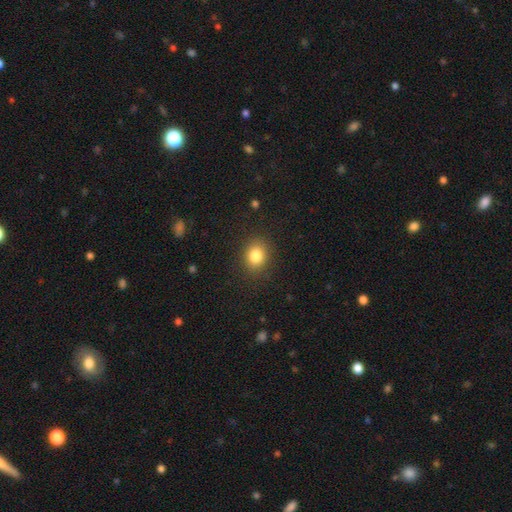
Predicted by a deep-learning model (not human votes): smooth-or-featured: smooth: 84% | star or artifact: 10% | featured or disk: 6%
  how-rounded: round: 60% | in between: 39% | cigar-shaped: 1%
  merging: none: 87% | minor disturbance: 9% | major disturbance: 3% | merger: 1%